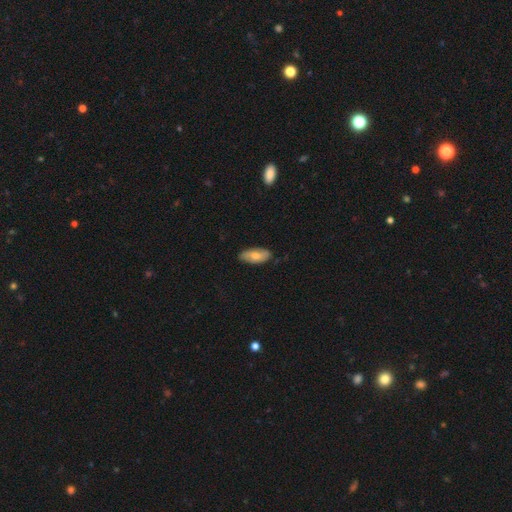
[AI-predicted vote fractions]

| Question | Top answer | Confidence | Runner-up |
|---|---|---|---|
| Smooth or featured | smooth | 64% | featured or disk (30%) |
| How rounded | in between | 88% | cigar-shaped (10%) |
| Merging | none | 80% | minor disturbance (16%) |